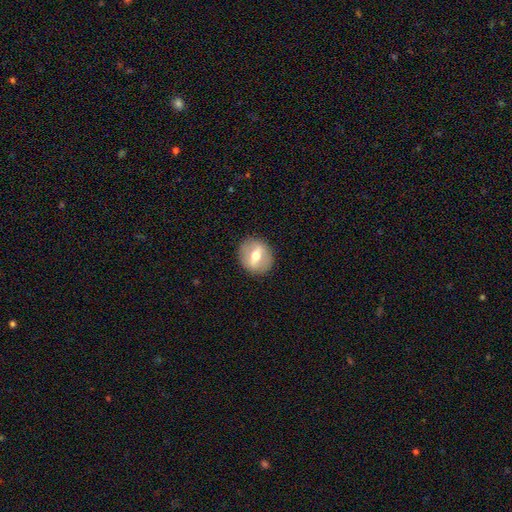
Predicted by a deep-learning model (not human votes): Smooth or featured?
  - featured or disk: 50% *
  - smooth: 43%
  - star or artifact: 7%
Merging?
  - none: 89% *
  - minor disturbance: 8%
  - major disturbance: 3%
  - merger: 1%